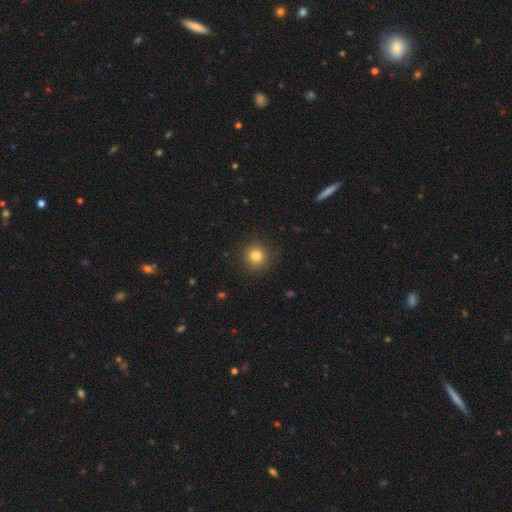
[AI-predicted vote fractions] Smooth or featured: smooth — 82% (star or artifact — 12%)
How rounded: round — 92% (in between — 7%)
Merging: none — 89% (minor disturbance — 8%)